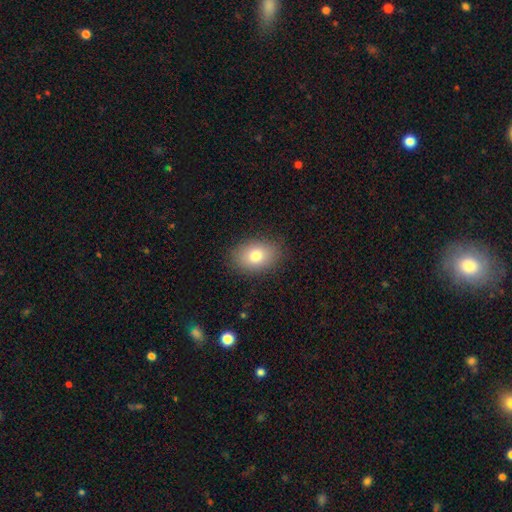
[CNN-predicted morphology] Smooth or featured: smooth — 80% (featured or disk — 11%)
How rounded: in between — 79% (round — 19%)
Merging: none — 86% (minor disturbance — 10%)